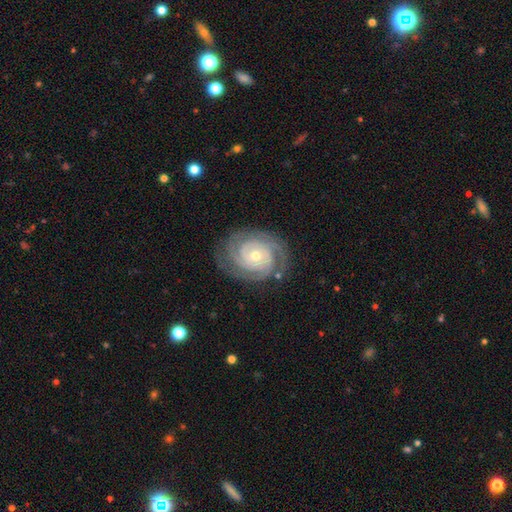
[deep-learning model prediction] Overall: featured or disk (91%). Edge-on disk: no (98%). Bar: no (74%). Spiral arms: yes (98%). Spiral arm count: 3 (35%; 2 27%). Spiral winding: tight (80%). Bulge size: small (53%; moderate 44%). Merging: none (81%).